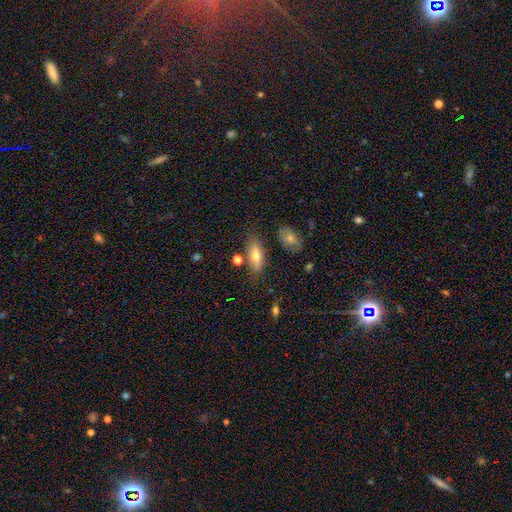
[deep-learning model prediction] Smooth or featured: smooth — 67% (featured or disk — 25%)
How rounded: in between — 67% (cigar-shaped — 29%)
Merging: none — 72% (minor disturbance — 17%)